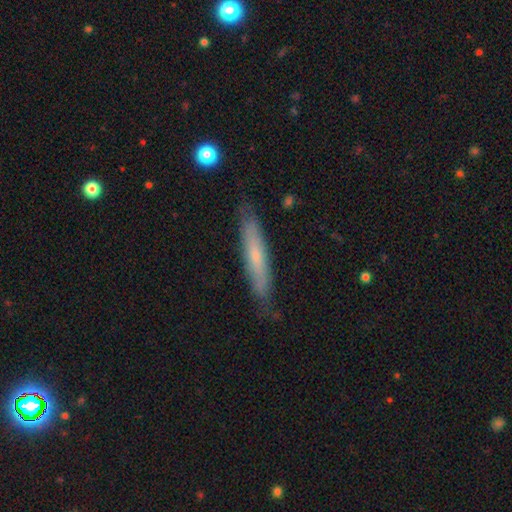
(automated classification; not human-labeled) smooth_or_featured: smooth (p=0.55) [alt: featured or disk p=0.39]
how_rounded: cigar-shaped (p=0.91) [alt: in between p=0.07]
merging: none (p=0.82) [alt: minor disturbance p=0.14]